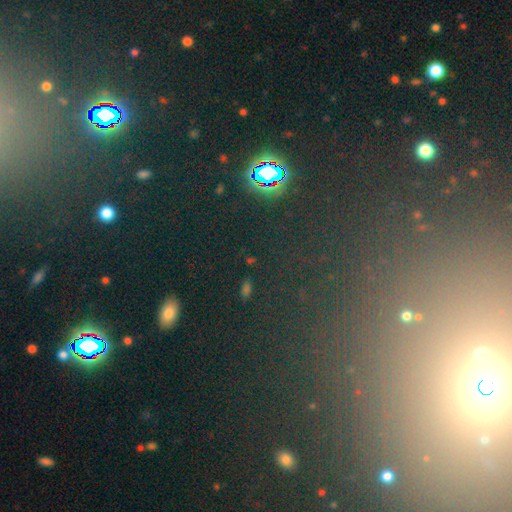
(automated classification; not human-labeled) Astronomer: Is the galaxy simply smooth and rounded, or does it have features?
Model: star or artifact — 65%.